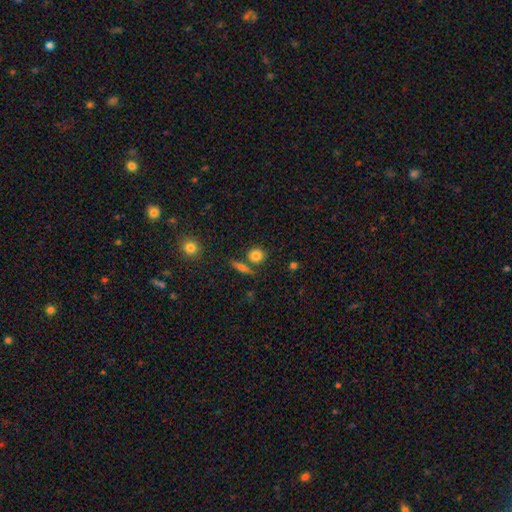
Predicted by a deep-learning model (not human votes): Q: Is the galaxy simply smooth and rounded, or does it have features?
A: smooth — 82%.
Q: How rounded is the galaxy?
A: round — 84%.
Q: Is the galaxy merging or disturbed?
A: none — 74%.